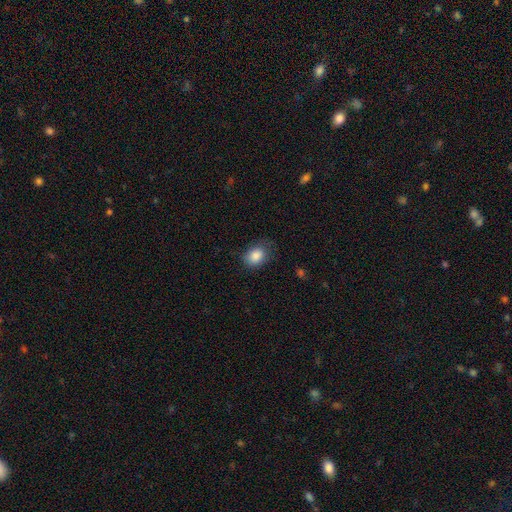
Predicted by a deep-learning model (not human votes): Q: Smooth or featured?
A: smooth (86%); runner-up: star or artifact (8%)
Q: How rounded?
A: in between (66%); runner-up: round (33%)
Q: Merging?
A: none (69%); runner-up: minor disturbance (24%)